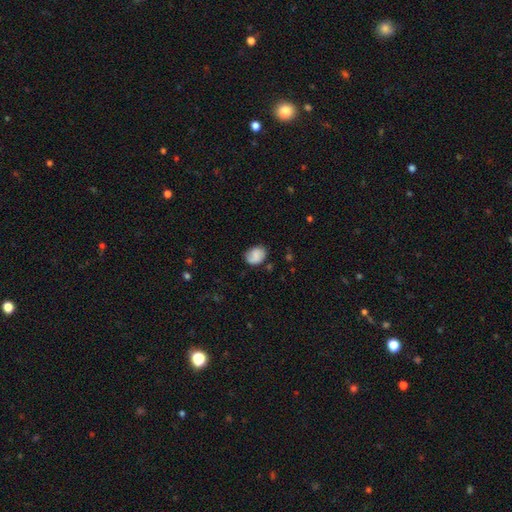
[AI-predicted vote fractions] Smooth or featured: smooth — 74% (featured or disk — 17%)
How rounded: in between — 61% (round — 38%)
Merging: none — 70% (minor disturbance — 22%)